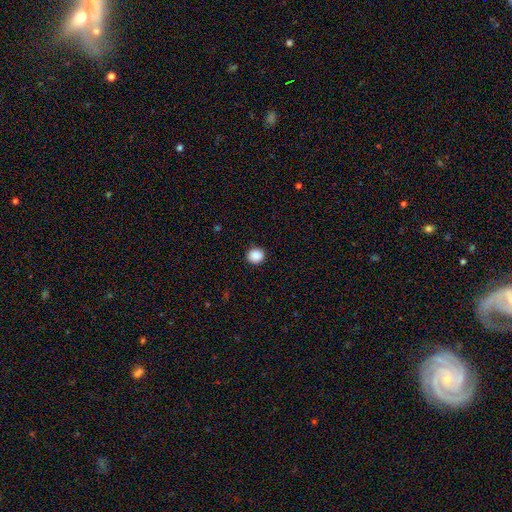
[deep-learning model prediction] Morphology: type=smooth (88%); roundness=round (90%); merging=none (92%).